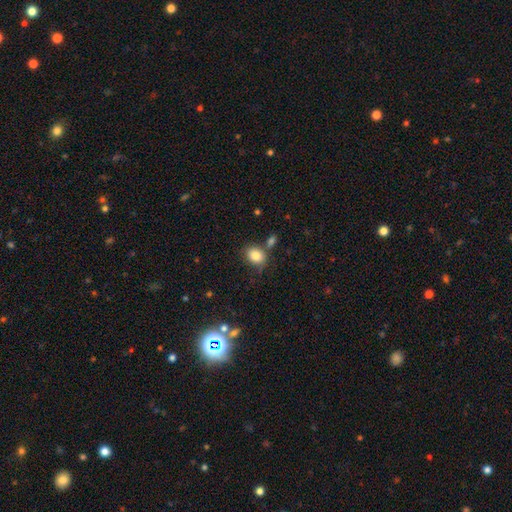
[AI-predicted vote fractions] A smooth galaxy with no disk features (83%) that is in between round and cigar-shaped (56%). Merging: none (64%).